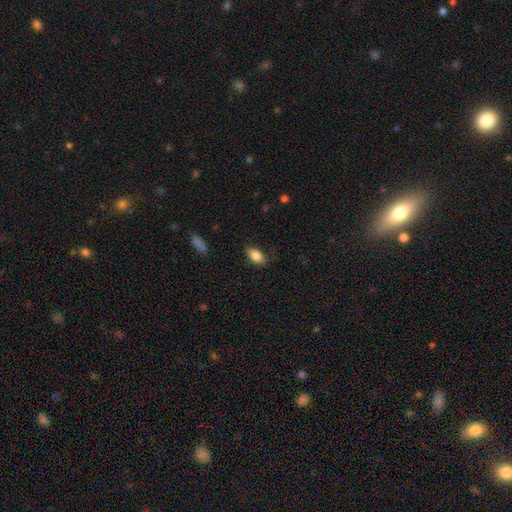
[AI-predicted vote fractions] Smooth or featured?
  - smooth: 86% *
  - star or artifact: 8%
  - featured or disk: 7%
How rounded?
  - in between: 90% *
  - round: 7%
  - cigar-shaped: 3%
Merging?
  - none: 82% *
  - minor disturbance: 14%
  - major disturbance: 3%
  - merger: 1%